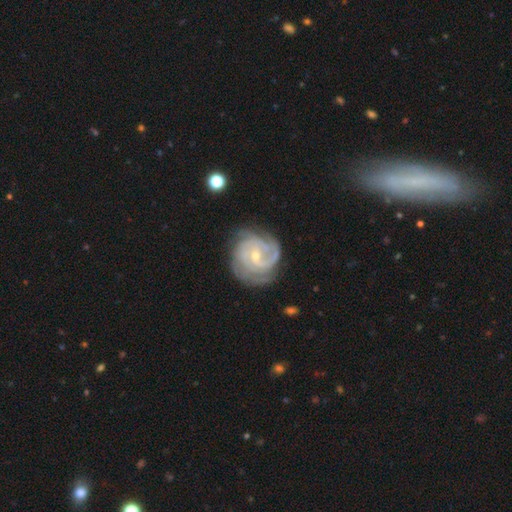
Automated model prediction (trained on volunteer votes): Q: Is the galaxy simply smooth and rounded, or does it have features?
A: featured or disk — 87%.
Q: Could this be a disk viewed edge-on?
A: no — 98%.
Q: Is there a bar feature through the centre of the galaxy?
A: no — 48%.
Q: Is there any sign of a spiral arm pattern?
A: yes — 97%.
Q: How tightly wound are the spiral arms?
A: tight — 58%.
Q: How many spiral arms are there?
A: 2 — 29%.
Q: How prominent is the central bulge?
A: small — 66%.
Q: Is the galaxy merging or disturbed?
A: none — 68%.